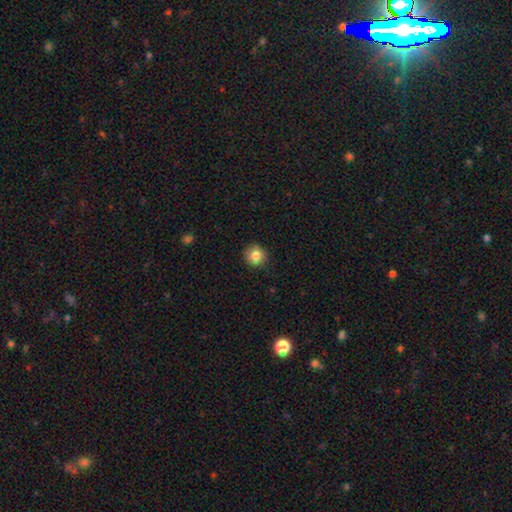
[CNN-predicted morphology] This is clearly a smooth galaxy (84%). How rounded: clearly round (89%). Merging: clearly none (87%).